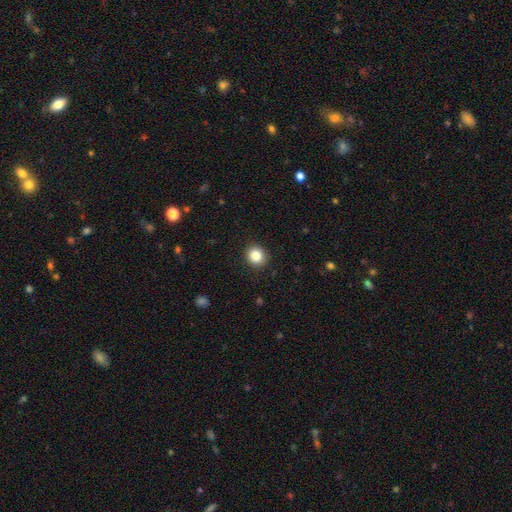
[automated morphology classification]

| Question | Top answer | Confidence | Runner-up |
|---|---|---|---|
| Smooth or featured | smooth | 84% | star or artifact (10%) |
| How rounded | round | 84% | in between (15%) |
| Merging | none | 91% | minor disturbance (6%) |